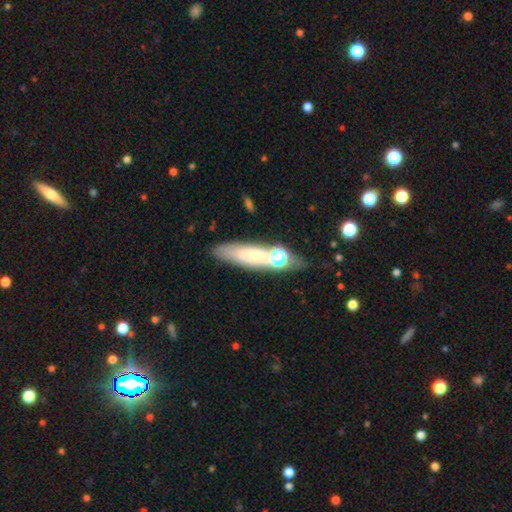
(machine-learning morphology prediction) This is possibly a smooth galaxy (58%). How rounded: likely cigar-shaped (67%). Merging: likely none (67%).